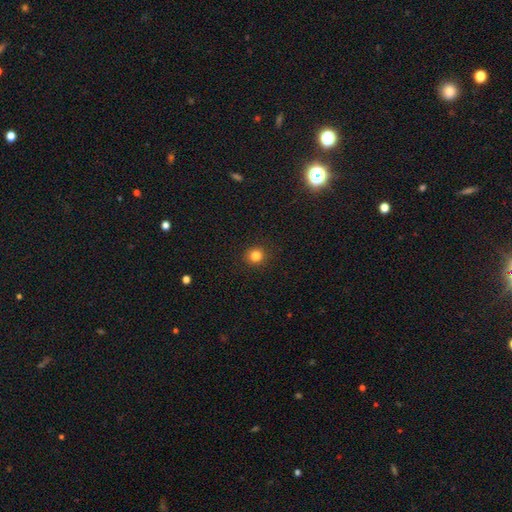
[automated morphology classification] Smooth or featured: smooth — 83% (star or artifact — 12%)
How rounded: round — 91% (in between — 8%)
Merging: none — 92% (minor disturbance — 5%)